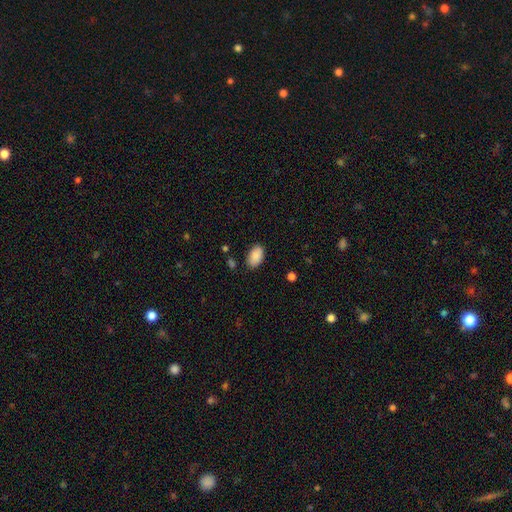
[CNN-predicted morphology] Q: Smooth or featured?
A: smooth (89%); runner-up: star or artifact (7%)
Q: How rounded?
A: in between (93%); runner-up: round (5%)
Q: Merging?
A: none (83%); runner-up: minor disturbance (13%)